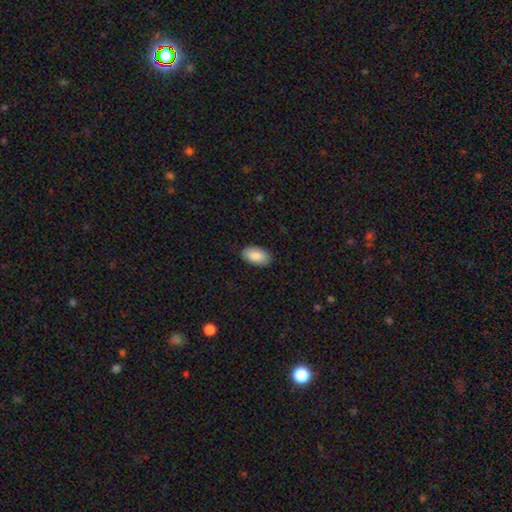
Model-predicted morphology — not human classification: type=smooth (89%); roundness=in between (95%); merging=none (88%).